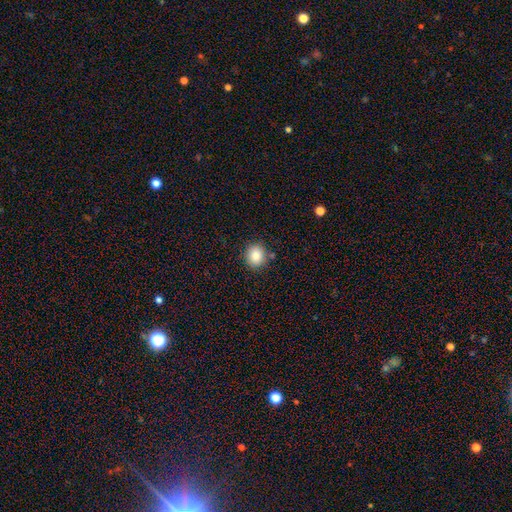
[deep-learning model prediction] Q: Smooth or featured?
A: smooth (85%); runner-up: star or artifact (10%)
Q: How rounded?
A: round (77%); runner-up: in between (22%)
Q: Merging?
A: none (85%); runner-up: minor disturbance (9%)